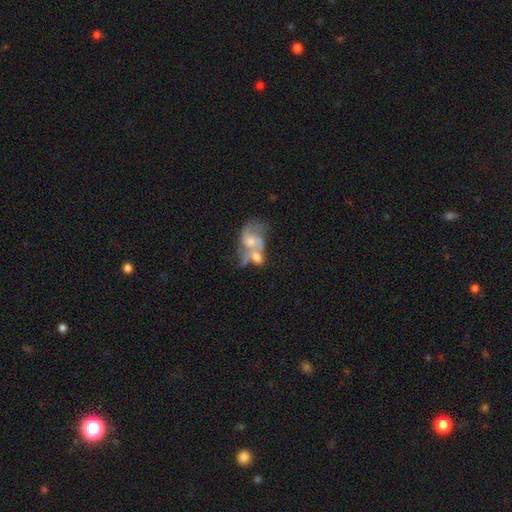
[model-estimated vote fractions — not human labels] This appears to be a featured or disk galaxy (68%) with no bar (60%), 2 (73%) loose (49%) spiral arms (76%) and a moderate central bulge (42%). Merging: merger (50%).